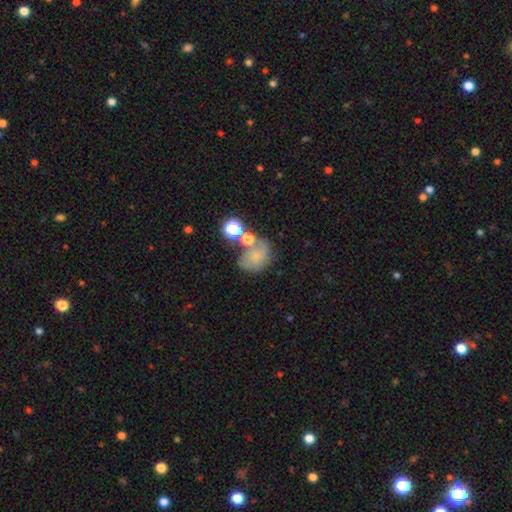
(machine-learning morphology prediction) type=smooth (55%); roundness=in between (52%); merging=none (41%).